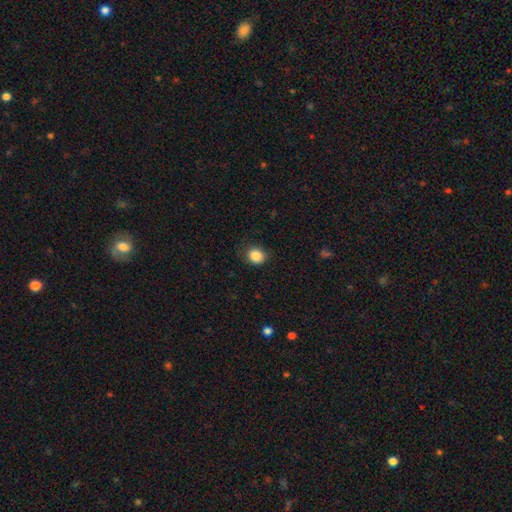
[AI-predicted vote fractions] Smooth or featured: smooth — 87% (star or artifact — 10%)
How rounded: round — 69% (in between — 30%)
Merging: none — 83% (minor disturbance — 13%)